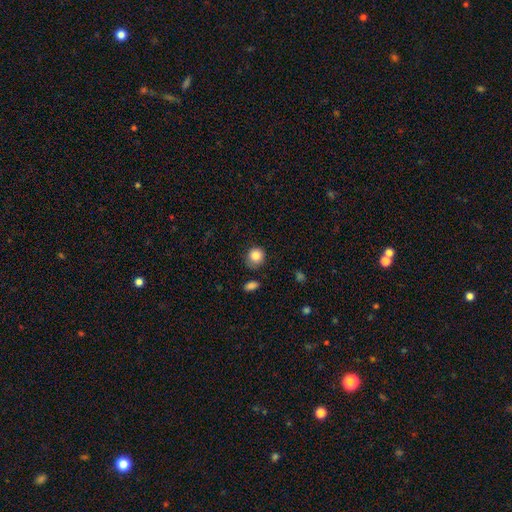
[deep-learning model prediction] This appears to be a smooth galaxy with no disk features (85%) that is round (87%). Merging: none (80%).